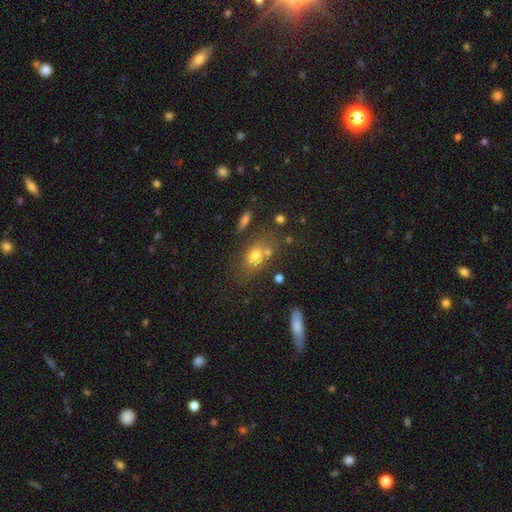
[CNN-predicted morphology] smooth_or_featured: smooth (p=0.69) [alt: featured or disk p=0.16]
how_rounded: in between (p=0.61) [alt: round p=0.35]
merging: none (p=0.60) [alt: merger p=0.18]